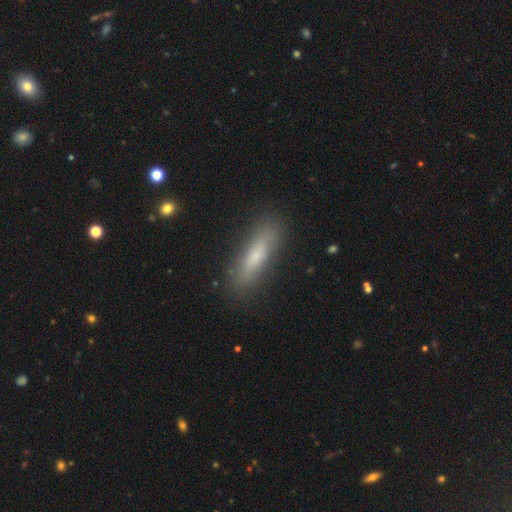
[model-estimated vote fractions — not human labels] A smooth galaxy with no disk features (70%) that is cigar-shaped (72%). Merging: none (85%).